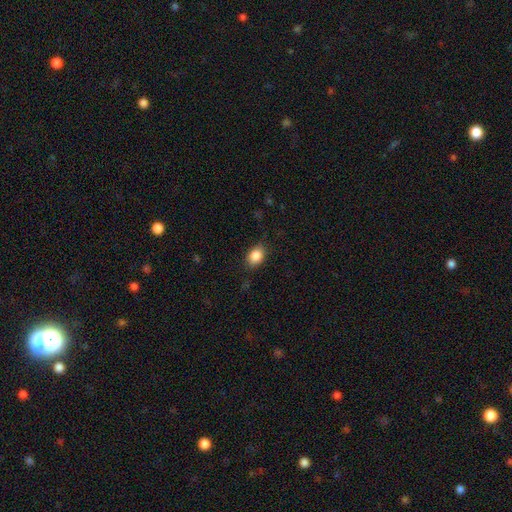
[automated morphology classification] The model was most divided on "how rounded": in between: 70%, round: 29%, cigar-shaped: 1%. More confident: smooth or featured — smooth (87%); merging — none (80%).